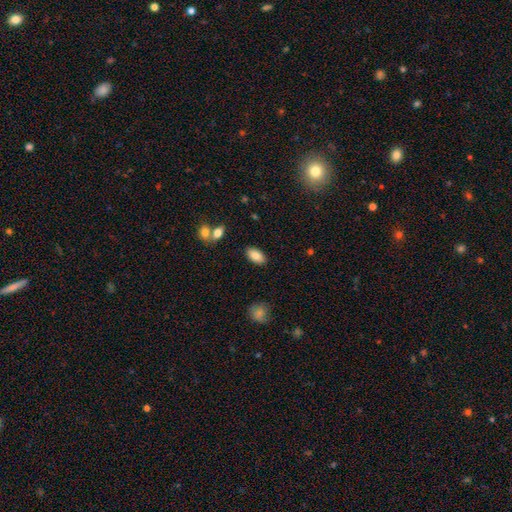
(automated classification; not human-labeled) smooth-or-featured: smooth: 84% | featured or disk: 8% | star or artifact: 8%
  how-rounded: in between: 93% | round: 4% | cigar-shaped: 3%
  merging: none: 85% | minor disturbance: 9% | merger: 3% | major disturbance: 3%